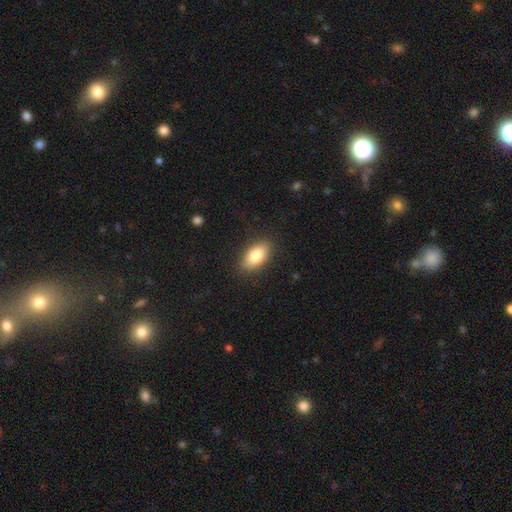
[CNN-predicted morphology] Q: Smooth or featured?
A: smooth (81%); runner-up: featured or disk (12%)
Q: How rounded?
A: in between (91%); runner-up: cigar-shaped (4%)
Q: Merging?
A: none (88%); runner-up: minor disturbance (9%)